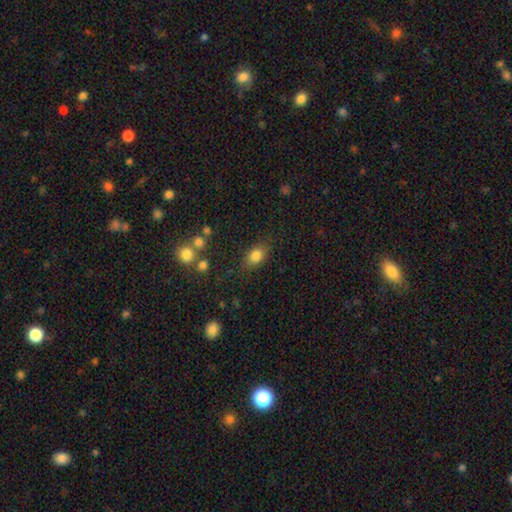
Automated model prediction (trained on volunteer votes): This appears to be a smooth galaxy with no disk features (82%) that is in between round and cigar-shaped (73%). Merging: none (78%).